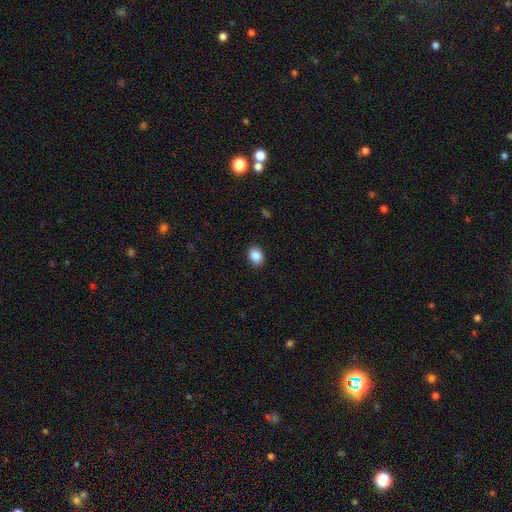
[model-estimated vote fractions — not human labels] Q: Smooth or featured?
A: smooth (88%); runner-up: star or artifact (9%)
Q: How rounded?
A: in between (51%); runner-up: round (49%)
Q: Merging?
A: none (90%); runner-up: minor disturbance (7%)